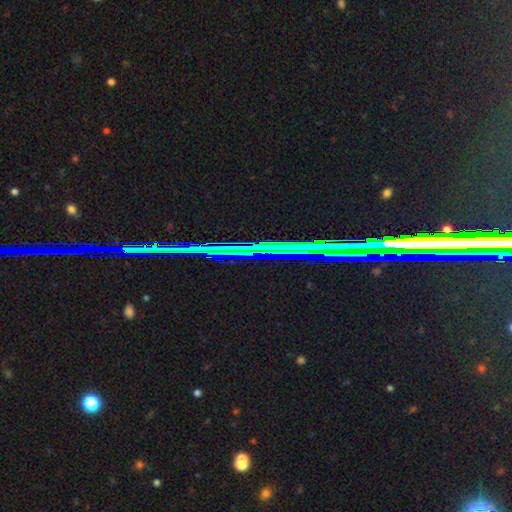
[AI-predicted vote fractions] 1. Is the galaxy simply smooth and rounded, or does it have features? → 78% star or artifact, 14% featured or disk, 8% smooth.